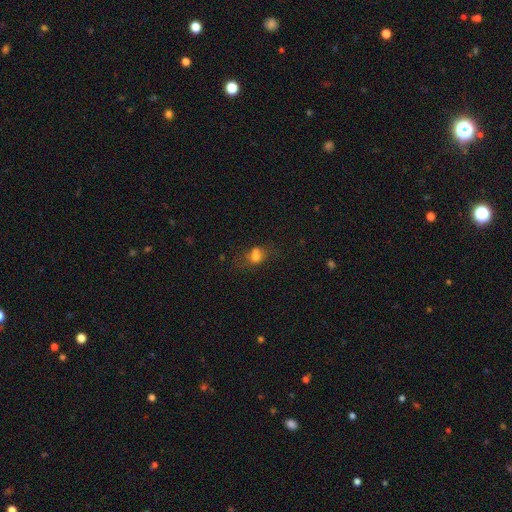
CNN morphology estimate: Smooth or featured?
  - smooth: 65% *
  - featured or disk: 18%
  - star or artifact: 16%
How rounded?
  - in between: 53% *
  - round: 44%
  - cigar-shaped: 3%
Merging?
  - none: 42% *
  - merger: 28%
  - minor disturbance: 18%
  - major disturbance: 12%